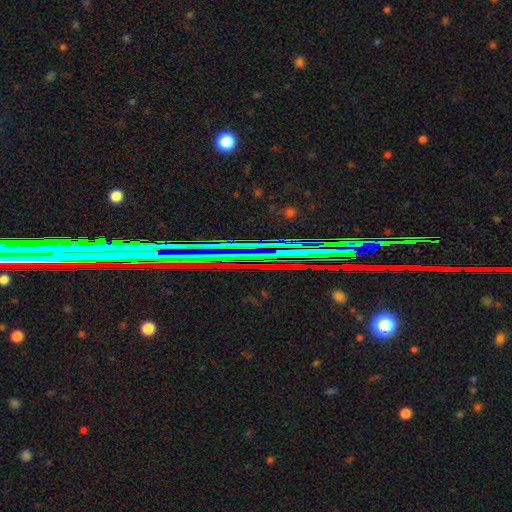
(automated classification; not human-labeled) smooth_or_featured: star or artifact (p=0.79) [alt: featured or disk p=0.12]